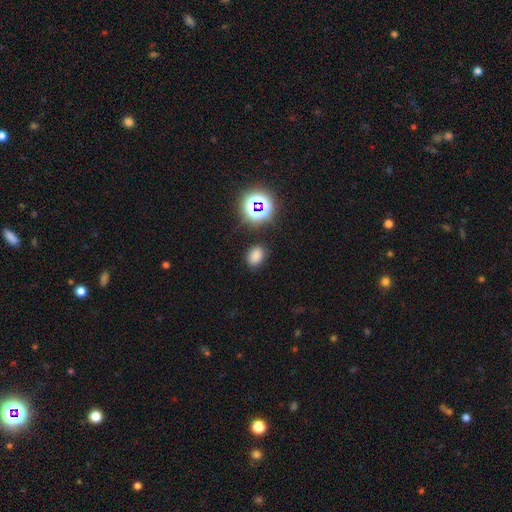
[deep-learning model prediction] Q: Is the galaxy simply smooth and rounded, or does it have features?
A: smooth — 75%.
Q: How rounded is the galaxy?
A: in between — 71%.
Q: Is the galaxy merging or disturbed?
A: none — 83%.